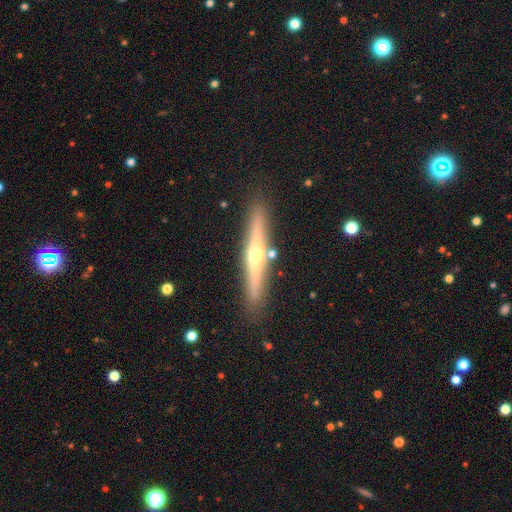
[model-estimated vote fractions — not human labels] Q: Smooth or featured?
A: featured or disk (70%); runner-up: smooth (24%)
Q: Edge-on disk?
A: yes (96%); runner-up: no (4%)
Q: Edge-on bulge?
A: rounded (87%); runner-up: none (10%)
Q: Merging?
A: none (87%); runner-up: minor disturbance (8%)